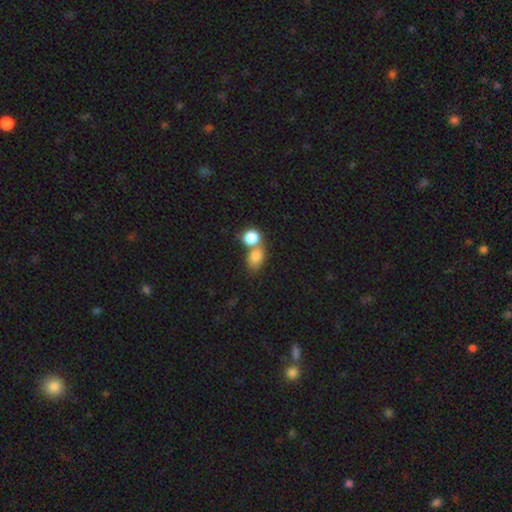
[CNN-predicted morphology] A smooth galaxy with no disk features (81%) that is in between round and cigar-shaped (65%).

Vote fractions:
- Smooth or featured? smooth: 81% / star or artifact: 10% / featured or disk: 9%
- How rounded? in between: 65% / round: 34% / cigar-shaped: 2%
- Merging? merger: 54% / none: 34% / minor disturbance: 8% / major disturbance: 4%